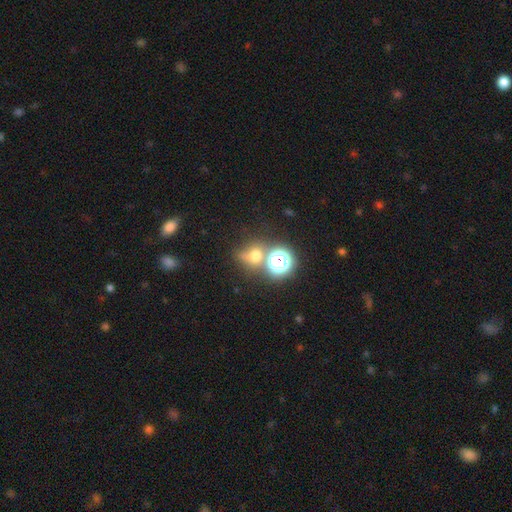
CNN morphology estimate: Smooth or featured? Predicted: smooth (p=0.55). How rounded? Predicted: round (p=0.80). Merging? Predicted: none (p=0.55).